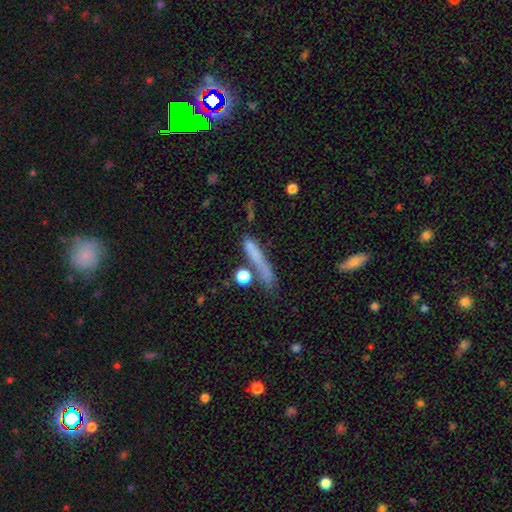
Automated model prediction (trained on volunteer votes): The model was most divided on "merging": none: 60%, minor disturbance: 19%, merger: 12%, major disturbance: 9%. More confident: how rounded — cigar-shaped (88%); smooth or featured — smooth (66%).